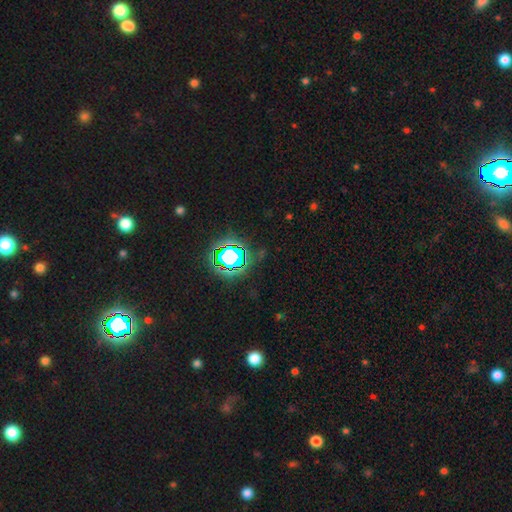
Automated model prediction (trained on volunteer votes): smooth-or-featured: star or artifact: 78% | smooth: 14% | featured or disk: 8%